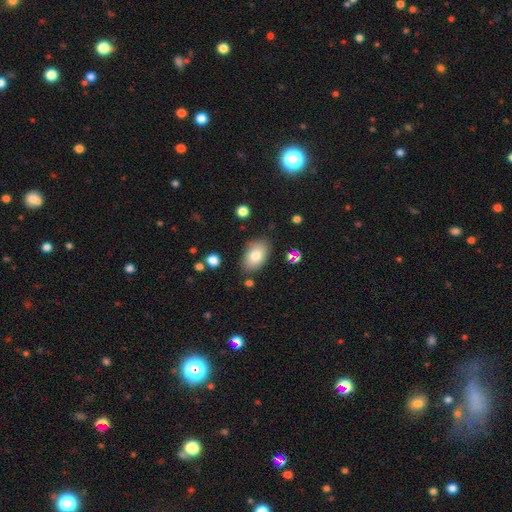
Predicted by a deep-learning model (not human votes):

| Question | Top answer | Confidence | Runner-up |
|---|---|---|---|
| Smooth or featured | smooth | 78% | featured or disk (13%) |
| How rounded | in between | 91% | round (8%) |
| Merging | none | 81% | minor disturbance (13%) |